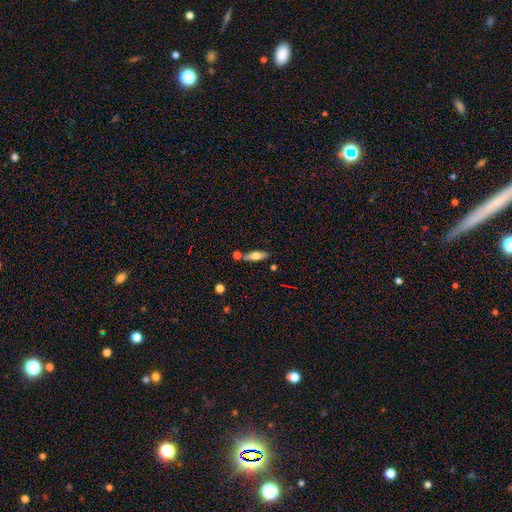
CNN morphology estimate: A smooth galaxy with no disk features (58%) that is in between round and cigar-shaped (52%).

Vote fractions:
- Smooth or featured? smooth: 58% / featured or disk: 35% / star or artifact: 7%
- How rounded? in between: 52% / cigar-shaped: 46% / round: 3%
- Merging? none: 73% / minor disturbance: 12% / merger: 11% / major disturbance: 3%